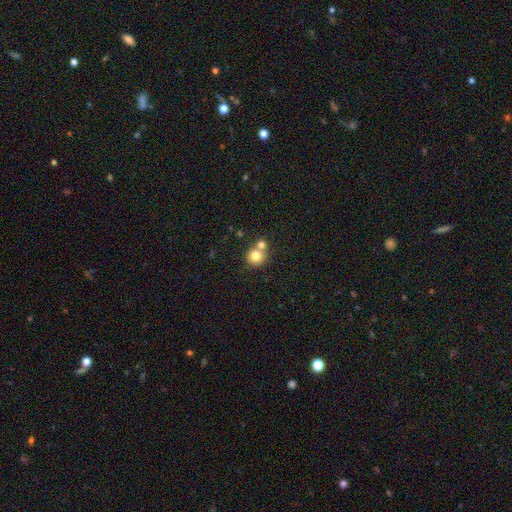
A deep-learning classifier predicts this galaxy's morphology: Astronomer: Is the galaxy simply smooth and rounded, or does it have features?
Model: smooth — 78%.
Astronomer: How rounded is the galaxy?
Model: round — 89%.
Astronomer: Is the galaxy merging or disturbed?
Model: none — 52% (runner-up: merger, 39%).